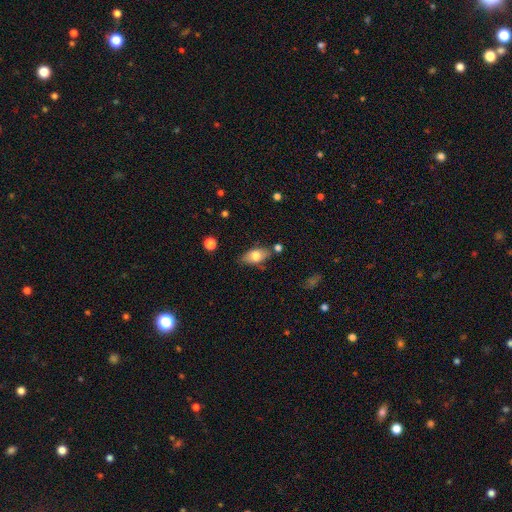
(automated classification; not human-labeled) smooth 72%, featured or disk 21%, star or artifact 7%. Down the decision tree: how rounded — in between (87%); merging — none (71%).